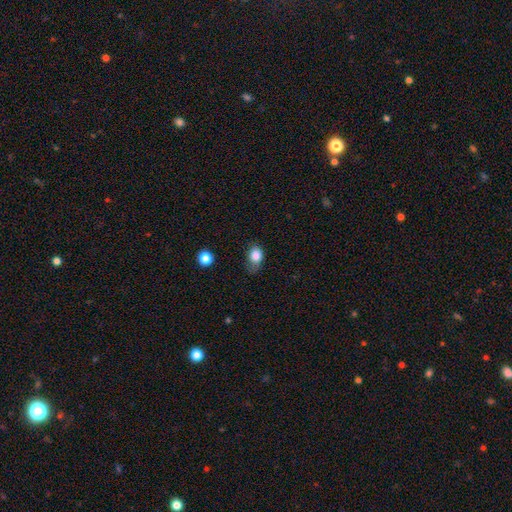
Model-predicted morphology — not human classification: Smooth or featured? smooth (83%)
How rounded? in between (70%)
Merging? none (42%)